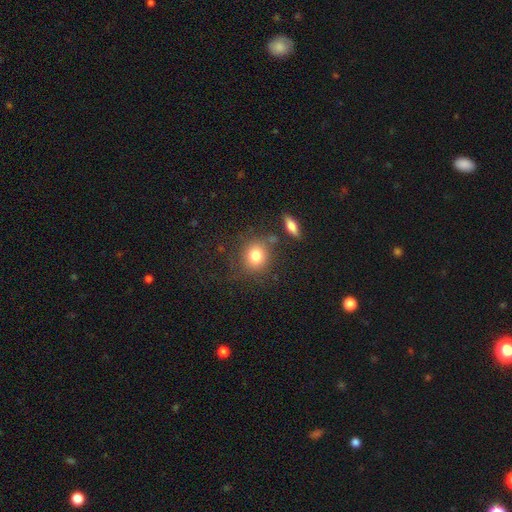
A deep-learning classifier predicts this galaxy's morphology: smooth-or-featured: smooth: 81% | star or artifact: 10% | featured or disk: 9%
  how-rounded: round: 78% | in between: 21% | cigar-shaped: 1%
  merging: none: 75% | minor disturbance: 13% | merger: 8% | major disturbance: 5%